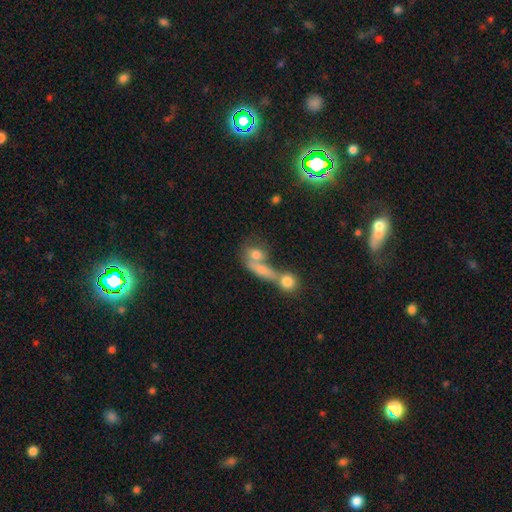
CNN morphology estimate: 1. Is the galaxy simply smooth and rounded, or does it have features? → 62% smooth, 24% featured or disk, 14% star or artifact.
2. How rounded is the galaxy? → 45% in between, 35% round, 20% cigar-shaped.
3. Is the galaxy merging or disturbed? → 51% merger, 32% none, 10% minor disturbance, 8% major disturbance.